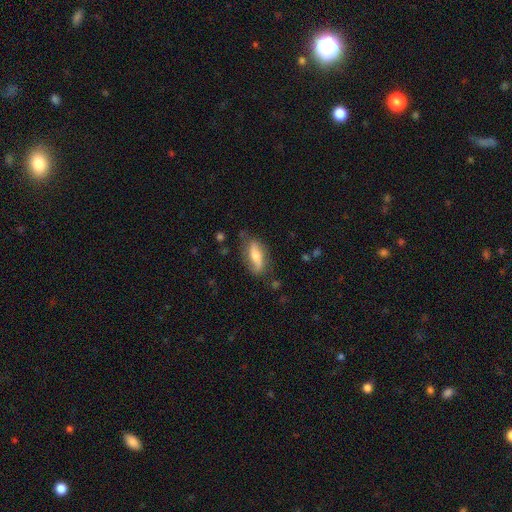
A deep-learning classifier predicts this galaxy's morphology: Smooth or featured: featured or disk — 47% (smooth — 46%)
Merging: none — 71% (minor disturbance — 20%)